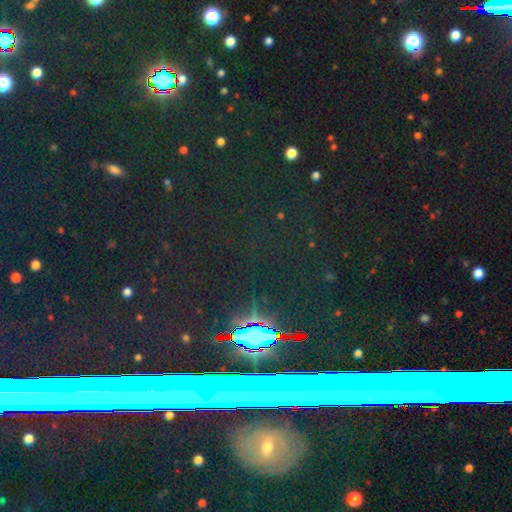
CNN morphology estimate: Smooth or featured: star or artifact — 77% (featured or disk — 12%)